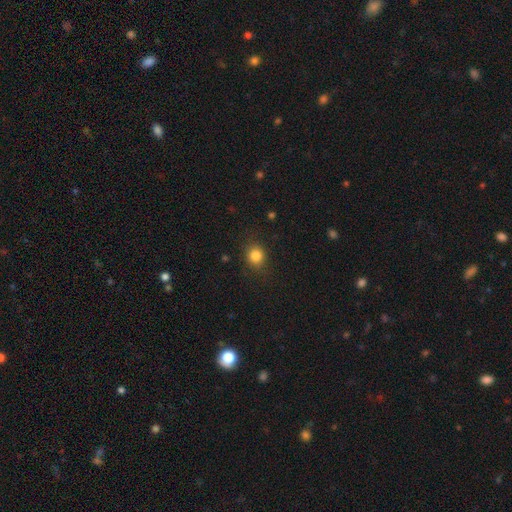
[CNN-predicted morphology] smooth_or_featured: smooth (p=0.84) [alt: star or artifact p=0.11]
how_rounded: round (p=0.78) [alt: in between p=0.21]
merging: none (p=0.85) [alt: minor disturbance p=0.10]